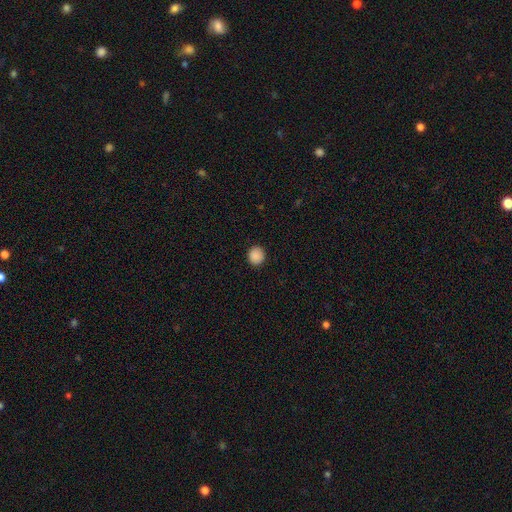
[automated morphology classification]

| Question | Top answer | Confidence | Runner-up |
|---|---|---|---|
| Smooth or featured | smooth | 89% | star or artifact (9%) |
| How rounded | round | 91% | in between (8%) |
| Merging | none | 92% | minor disturbance (5%) |